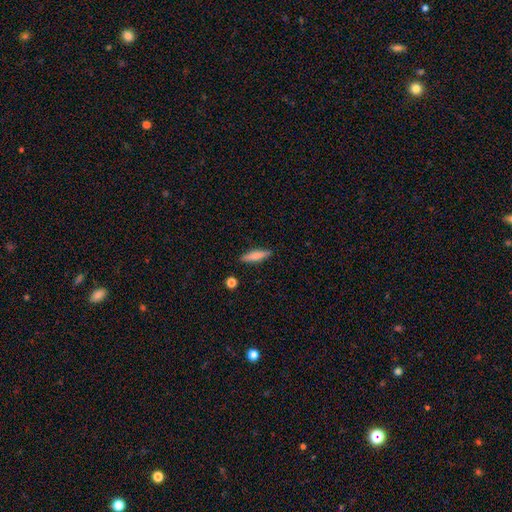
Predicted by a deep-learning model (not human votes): smooth 75%, featured or disk 19%, star or artifact 6%. Down the decision tree: how rounded — cigar-shaped (76%); merging — none (88%).